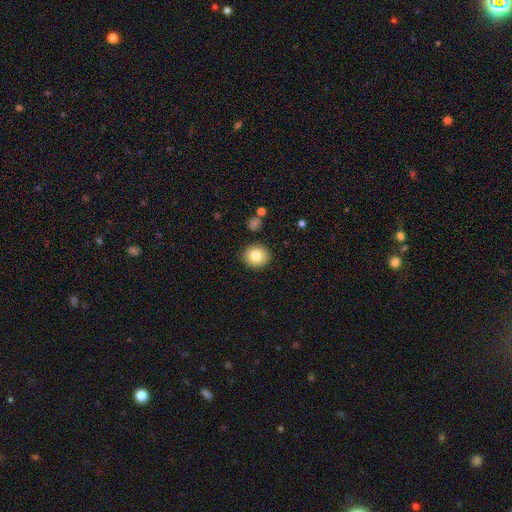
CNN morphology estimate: smooth-or-featured: smooth: 80% | featured or disk: 10% | star or artifact: 10%
  how-rounded: round: 87% | in between: 12% | cigar-shaped: 1%
  merging: none: 90% | minor disturbance: 6% | major disturbance: 2% | merger: 2%